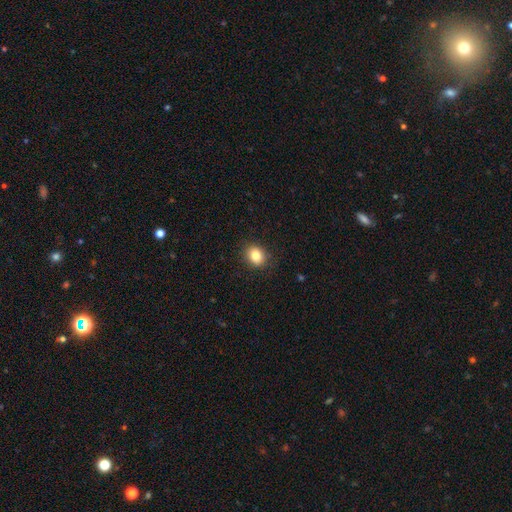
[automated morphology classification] Overall: smooth (83%). How rounded: round (56%; in between 43%). Merging: none (87%).